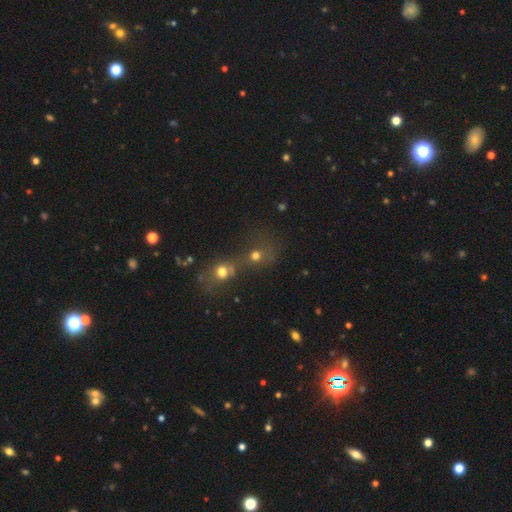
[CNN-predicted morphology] This appears to be a smooth galaxy with no disk features (65%) that is round (79%). Merging: merger (54%).